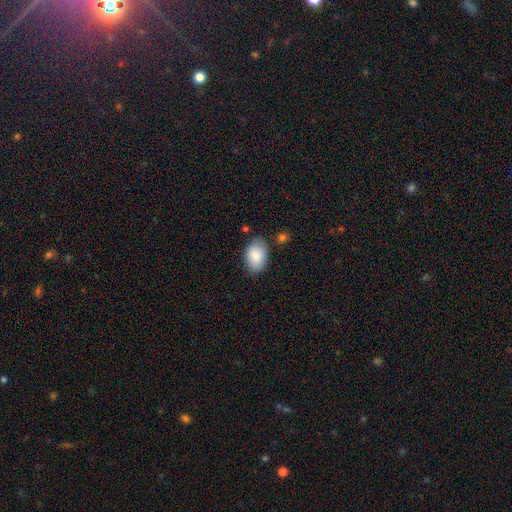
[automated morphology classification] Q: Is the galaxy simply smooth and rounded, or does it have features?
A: smooth — 87%.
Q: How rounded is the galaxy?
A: in between — 91%.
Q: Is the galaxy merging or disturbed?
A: none — 80%.